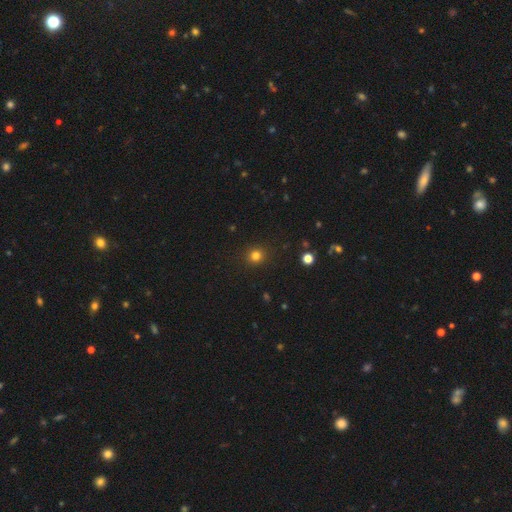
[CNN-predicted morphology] This is clearly a smooth galaxy (81%). How rounded: clearly round (89%). Merging: clearly none (91%).